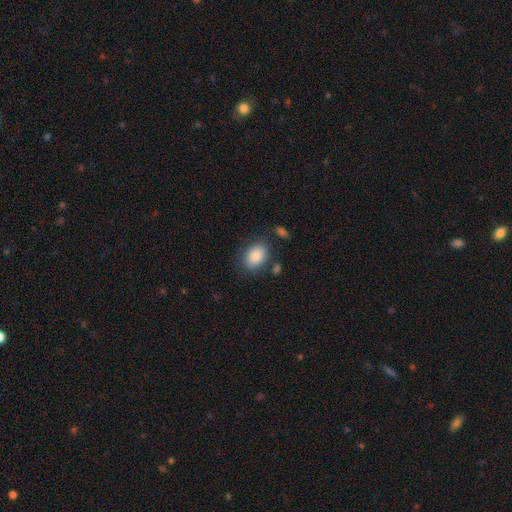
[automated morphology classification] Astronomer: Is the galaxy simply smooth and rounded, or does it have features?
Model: smooth — 85%.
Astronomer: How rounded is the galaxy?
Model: in between — 78%.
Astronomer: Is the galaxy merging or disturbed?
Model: none — 76%.